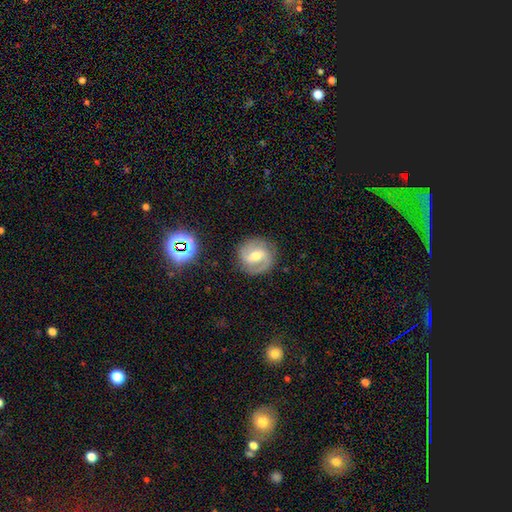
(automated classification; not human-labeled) Smooth or featured? featured or disk (73%)
Edge-on disk? no (97%)
Bar? weak (50%)
Spiral arms? yes (89%)
Spiral winding? medium (48%)
Spiral arm count? 2 (81%)
Bulge size? moderate (68%)
Merging? none (82%)